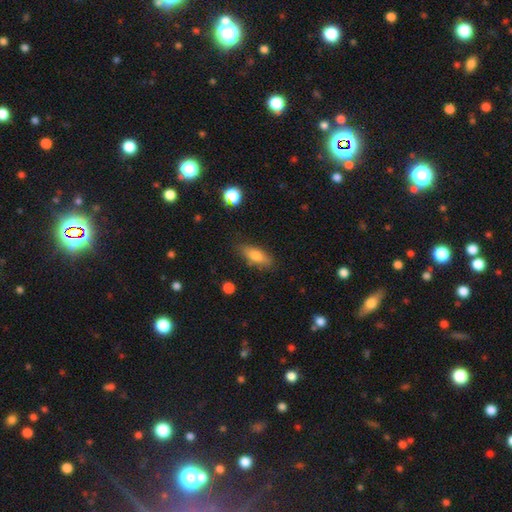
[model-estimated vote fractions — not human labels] This appears to be a smooth galaxy with no disk features (78%) that is in between round and cigar-shaped (72%). Merging: none (78%).